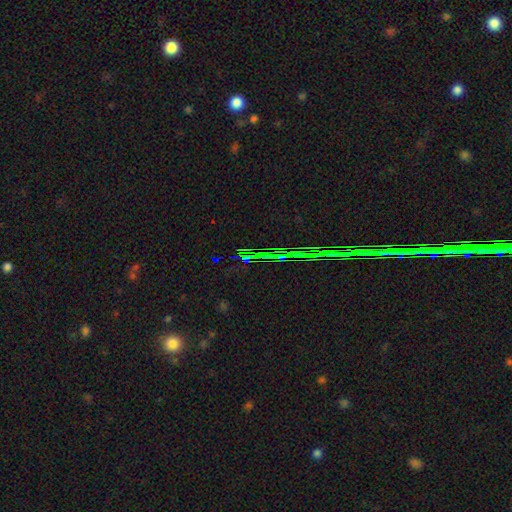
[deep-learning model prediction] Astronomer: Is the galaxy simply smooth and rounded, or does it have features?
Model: star or artifact — 80%.